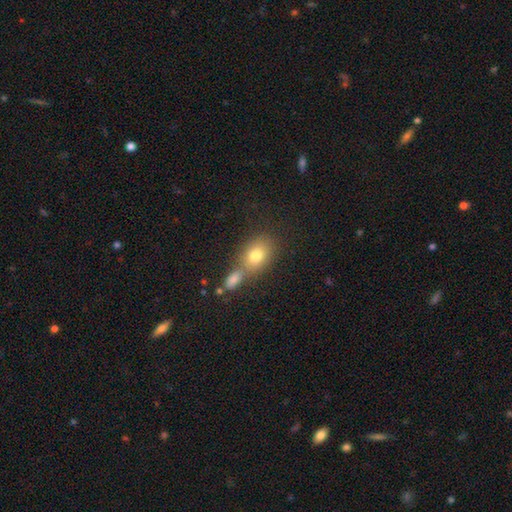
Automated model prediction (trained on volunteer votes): This appears to be a smooth galaxy with no disk features (78%) that is in between round and cigar-shaped (71%). Merging: none (43%).